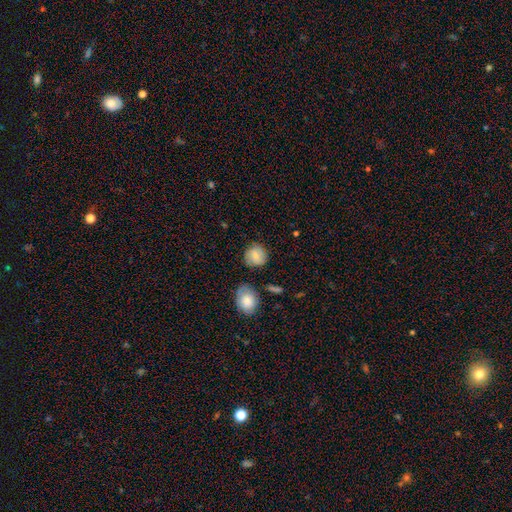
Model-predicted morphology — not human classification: A smooth galaxy with no disk features (76%) that is round (83%).

Vote fractions:
- Smooth or featured? smooth: 76% / featured or disk: 16% / star or artifact: 8%
- How rounded? round: 83% / in between: 16% / cigar-shaped: 1%
- Merging? none: 72% / minor disturbance: 18% / major disturbance: 5% / merger: 4%